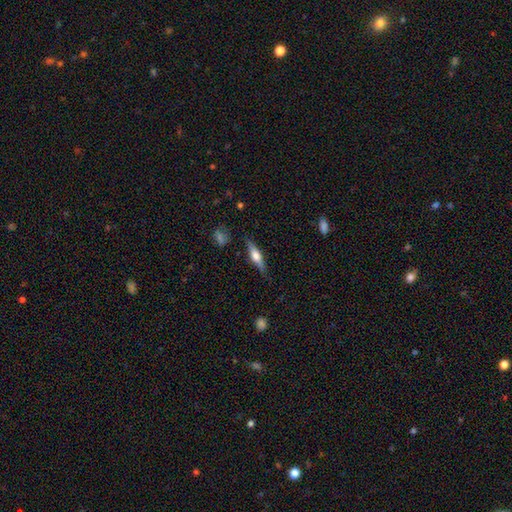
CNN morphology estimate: Q: Smooth or featured?
A: featured or disk (54%); runner-up: smooth (40%)
Q: Edge-on disk?
A: yes (95%); runner-up: no (5%)
Q: Edge-on bulge?
A: rounded (85%); runner-up: boxy (12%)
Q: Merging?
A: none (83%); runner-up: minor disturbance (12%)